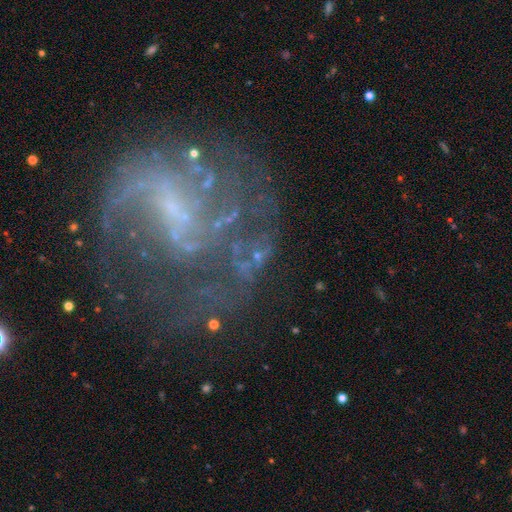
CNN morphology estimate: smooth-or-featured: featured or disk: 78% | star or artifact: 14% | smooth: 8%
  disk-edge-on: no: 98% | yes: 2%
    bar: no: 42% | weak: 41% | strong: 17%
    has-spiral-arms: yes: 83% | no: 17%
      spiral-winding: medium: 41% | loose: 34% | tight: 25%
      spiral-arm-count: can't tell: 30% | 2: 29% | 3: 16% | 4: 10% | 1: 9% | more than 4: 8%
    bulge-size: small: 45% | none: 40% | moderate: 12% | large: 2% | dominant: 1%
  merging: none: 52% | major disturbance: 27% | minor disturbance: 17% | merger: 4%